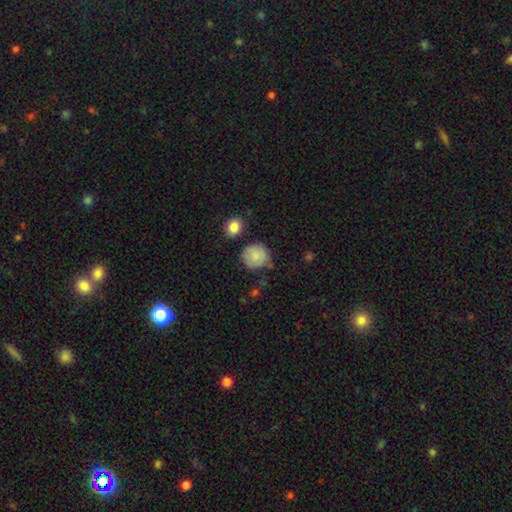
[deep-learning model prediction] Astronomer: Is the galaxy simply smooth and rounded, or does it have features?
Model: smooth — 82%.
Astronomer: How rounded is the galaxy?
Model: round — 88%.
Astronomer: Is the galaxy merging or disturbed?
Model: none — 63%.